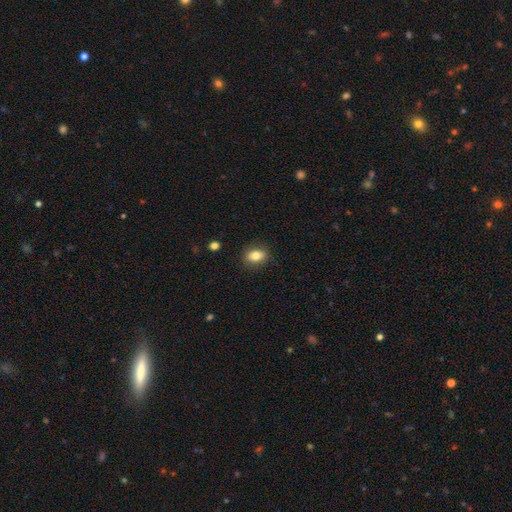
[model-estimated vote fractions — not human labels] The model was most divided on "how rounded": in between: 75%, round: 22%, cigar-shaped: 3%. More confident: merging — none (86%); smooth or featured — smooth (78%).